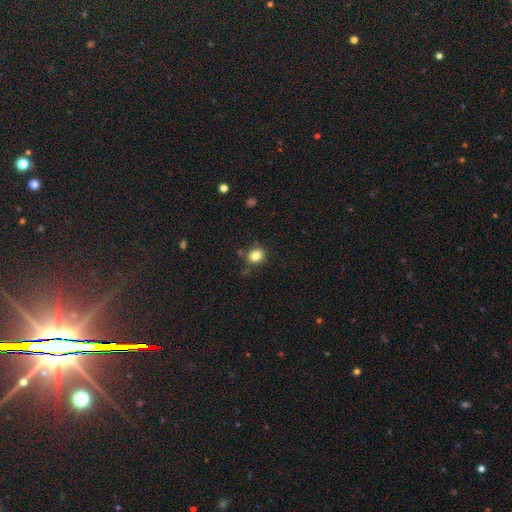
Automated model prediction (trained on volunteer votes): smooth-or-featured: smooth: 82% | star or artifact: 11% | featured or disk: 6%
  how-rounded: round: 70% | in between: 29% | cigar-shaped: 1%
  merging: none: 76% | minor disturbance: 15% | merger: 5% | major disturbance: 4%